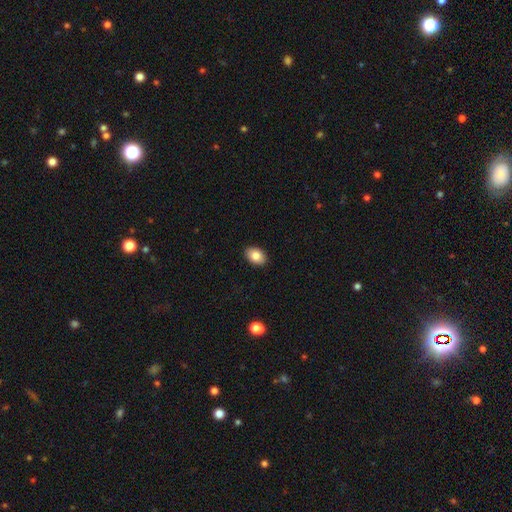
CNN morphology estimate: Overall: smooth (85%). How rounded: in between (85%). Merging: none (90%).